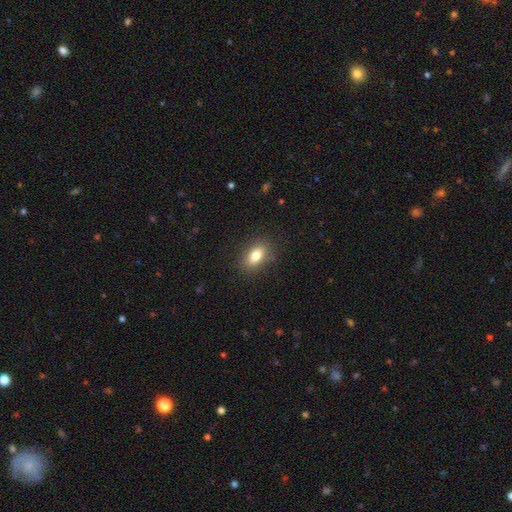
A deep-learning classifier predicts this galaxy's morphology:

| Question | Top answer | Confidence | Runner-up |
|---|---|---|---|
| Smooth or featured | smooth | 80% | featured or disk (11%) |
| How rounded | in between | 86% | round (10%) |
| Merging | none | 87% | minor disturbance (9%) |